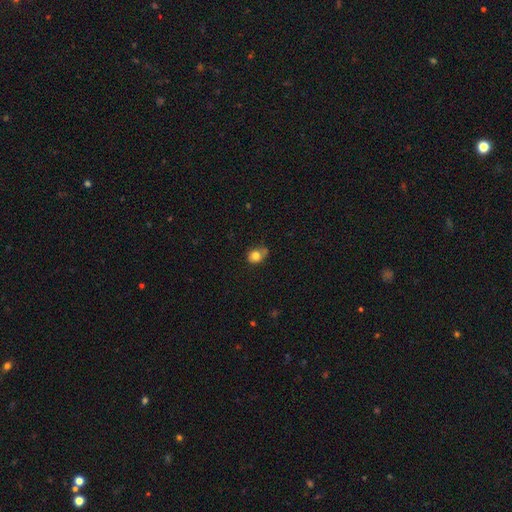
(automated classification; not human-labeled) Q: Smooth or featured?
A: smooth (80%); runner-up: star or artifact (11%)
Q: How rounded?
A: round (66%); runner-up: in between (33%)
Q: Merging?
A: none (53%); runner-up: minor disturbance (29%)